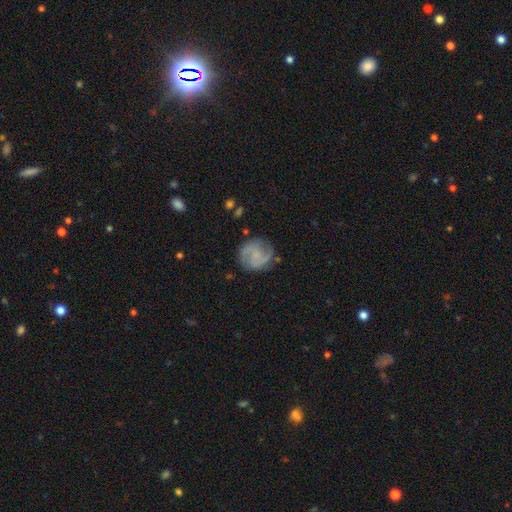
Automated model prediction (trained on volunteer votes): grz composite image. It shows a featured or disk galaxy (80%) with no bar (51%), 2 (85%) medium (51%) spiral arms (96%) and no central bulge (51%). Merging: none (79%).